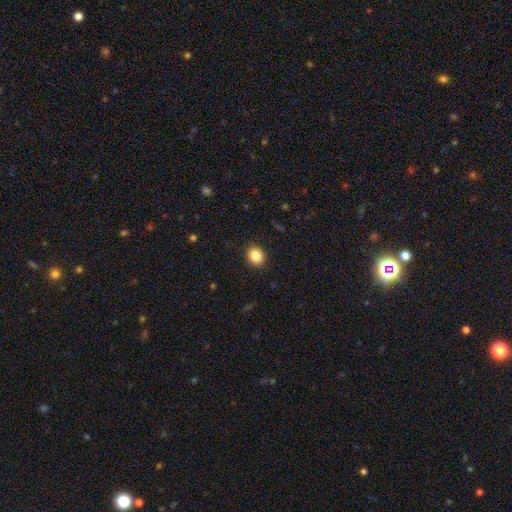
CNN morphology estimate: Smooth or featured?
  - smooth: 86% *
  - star or artifact: 9%
  - featured or disk: 4%
How rounded?
  - round: 65% *
  - in between: 35%
  - cigar-shaped: 1%
Merging?
  - none: 90% *
  - minor disturbance: 7%
  - major disturbance: 2%
  - merger: 1%